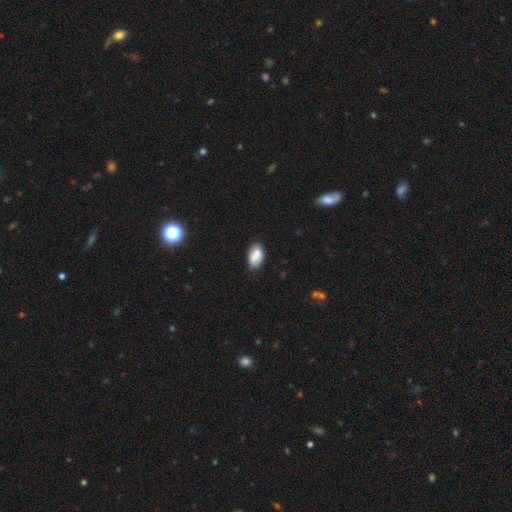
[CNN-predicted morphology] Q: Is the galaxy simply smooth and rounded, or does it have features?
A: smooth — 79%.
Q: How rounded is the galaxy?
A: in between — 92%.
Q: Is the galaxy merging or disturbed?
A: none — 68%.